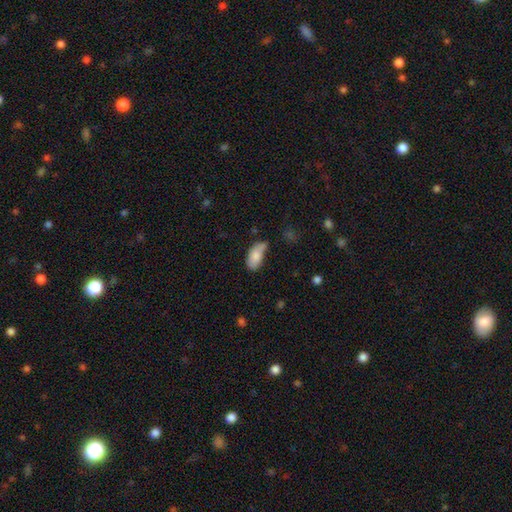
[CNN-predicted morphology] Smooth or featured?
  - smooth: 81% *
  - featured or disk: 12%
  - star or artifact: 7%
How rounded?
  - in between: 92% *
  - cigar-shaped: 5%
  - round: 3%
Merging?
  - none: 43% *
  - minor disturbance: 37%
  - major disturbance: 13%
  - merger: 8%